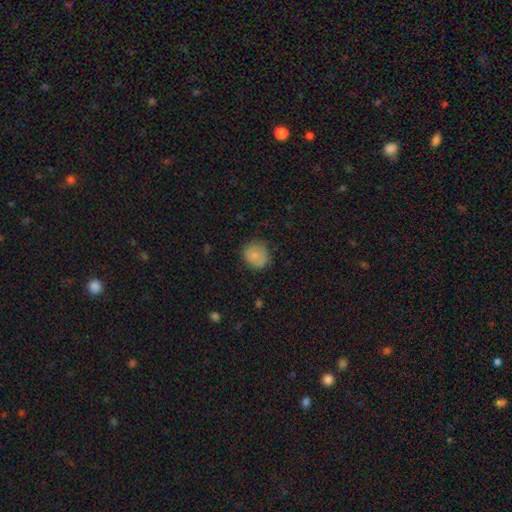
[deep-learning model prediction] Morphology: type=smooth (83%); roundness=round (83%); merging=none (75%).